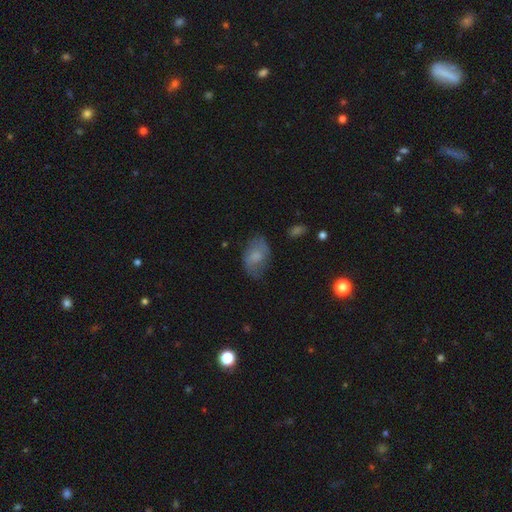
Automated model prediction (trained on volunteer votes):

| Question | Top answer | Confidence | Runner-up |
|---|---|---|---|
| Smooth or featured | smooth | 61% | featured or disk (30%) |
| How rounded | in between | 88% | round (11%) |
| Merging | none | 67% | minor disturbance (23%) |